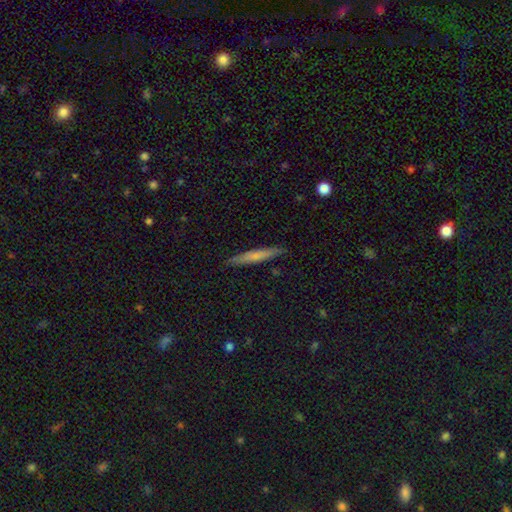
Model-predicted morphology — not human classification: type=smooth (64%); roundness=cigar-shaped (95%); merging=none (89%).